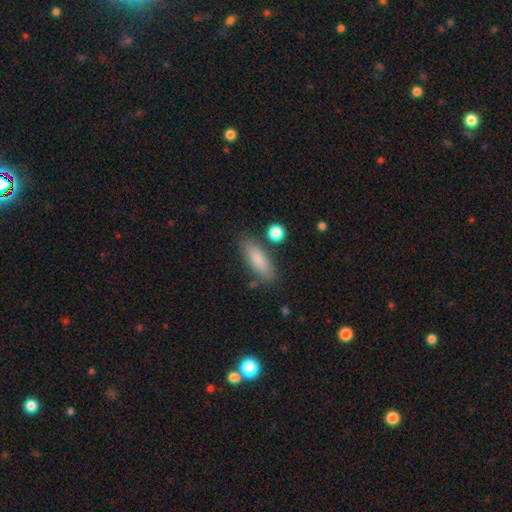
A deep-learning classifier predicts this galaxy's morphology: Smooth or featured?
  - smooth: 81% *
  - featured or disk: 11%
  - star or artifact: 8%
How rounded?
  - in between: 58% *
  - cigar-shaped: 39%
  - round: 2%
Merging?
  - none: 83% *
  - minor disturbance: 11%
  - merger: 3%
  - major disturbance: 3%